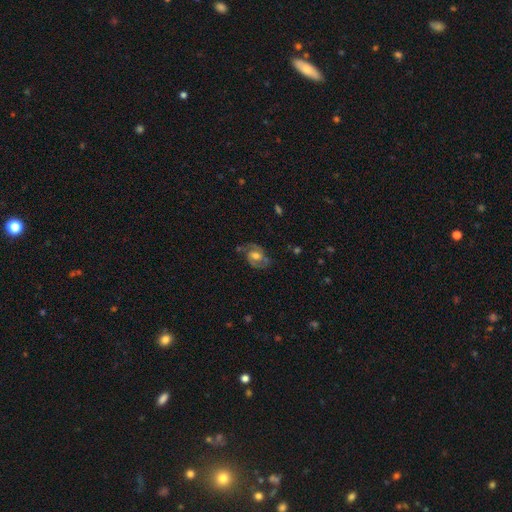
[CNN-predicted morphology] Smooth or featured: featured or disk — 77% (smooth — 17%)
Edge-on disk: no — 97% (yes — 3%)
Bar: weak — 46% (no — 38%)
Spiral arms: yes — 89% (no — 11%)
Spiral winding: medium — 54% (tight — 28%)
Spiral arm count: 2 — 87% (can't tell — 6%)
Bulge size: moderate — 61% (large — 18%)
Merging: none — 71% (minor disturbance — 18%)